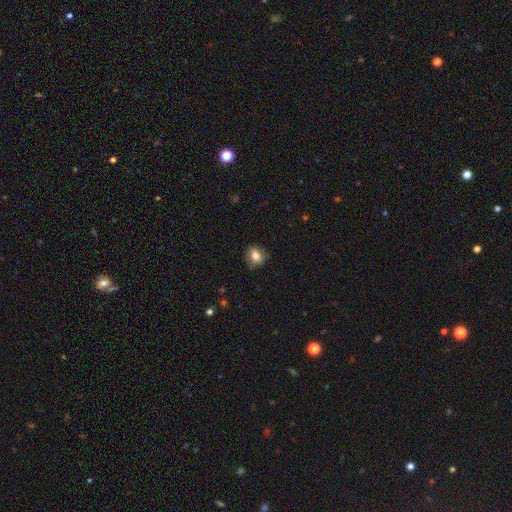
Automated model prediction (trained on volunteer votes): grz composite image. It shows a smooth galaxy with no disk features (81%) that is round (65%). Merging: none (80%).